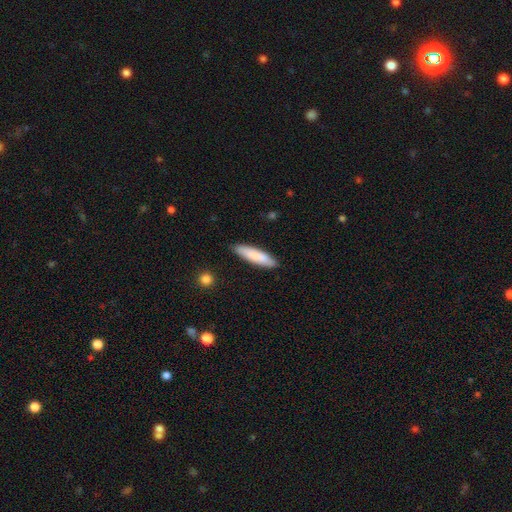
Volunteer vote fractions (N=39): Q: Smooth or featured?
A: smooth (77%); runner-up: featured or disk (18%)
Q: How rounded?
A: cigar-shaped (60%); runner-up: in between (37%)
Q: Merging?
A: none (84%); runner-up: minor disturbance (8%)